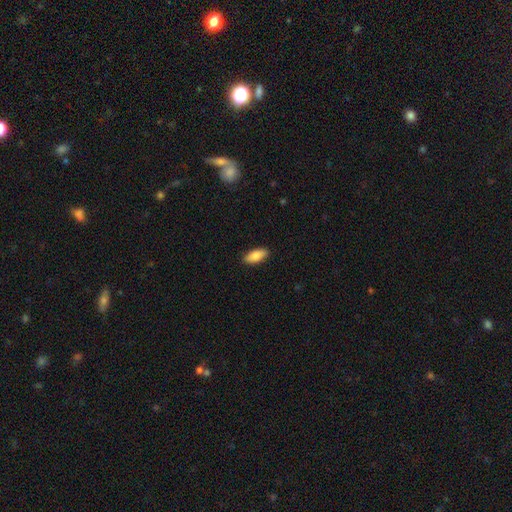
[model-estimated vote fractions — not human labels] smooth 85%, featured or disk 9%, star or artifact 6%. Down the decision tree: how rounded — in between (83%); merging — none (89%).